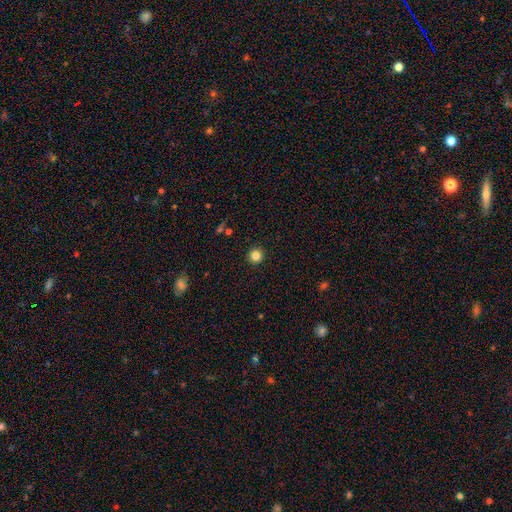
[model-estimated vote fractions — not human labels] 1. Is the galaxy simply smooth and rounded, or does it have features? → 84% smooth, 12% star or artifact, 5% featured or disk.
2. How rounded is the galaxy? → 95% round, 4% in between, 1% cigar-shaped.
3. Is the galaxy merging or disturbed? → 93% none, 4% minor disturbance, 2% major disturbance, 1% merger.